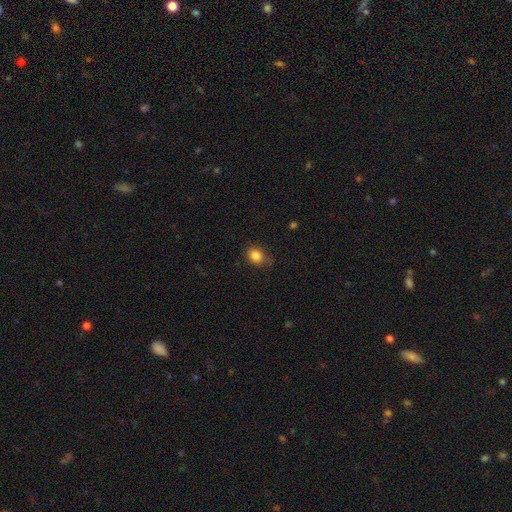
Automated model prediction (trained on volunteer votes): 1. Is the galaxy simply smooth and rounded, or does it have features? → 84% smooth, 10% star or artifact, 5% featured or disk.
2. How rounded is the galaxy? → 51% round, 48% in between, 1% cigar-shaped.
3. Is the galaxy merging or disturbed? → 73% none, 21% minor disturbance, 5% major disturbance, 1% merger.